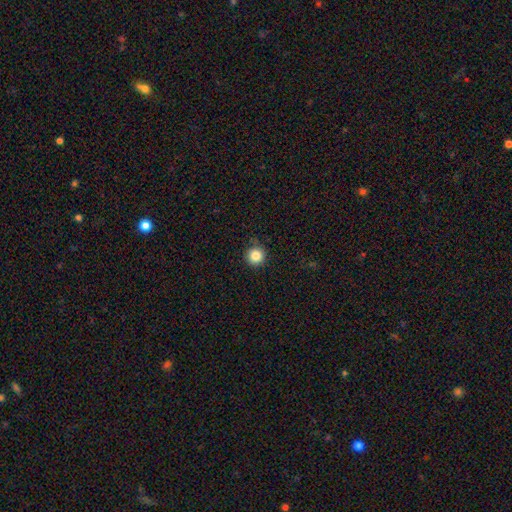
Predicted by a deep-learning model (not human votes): Overall: smooth (85%). How rounded: round (95%). Merging: none (86%).